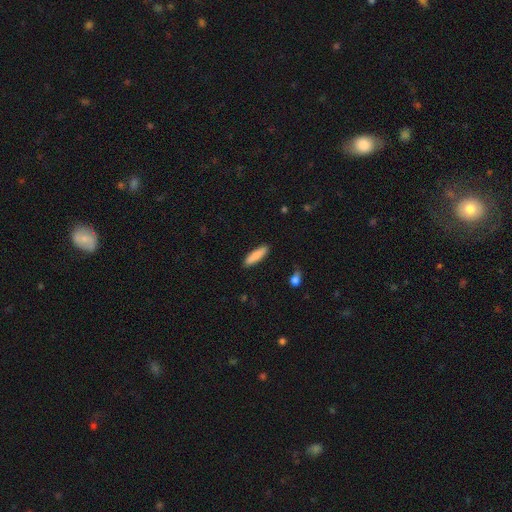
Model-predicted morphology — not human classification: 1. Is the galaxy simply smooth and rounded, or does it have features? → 85% smooth, 10% featured or disk, 6% star or artifact.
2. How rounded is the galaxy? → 72% cigar-shaped, 27% in between, 1% round.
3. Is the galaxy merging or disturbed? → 89% none, 8% minor disturbance, 2% major disturbance, 1% merger.